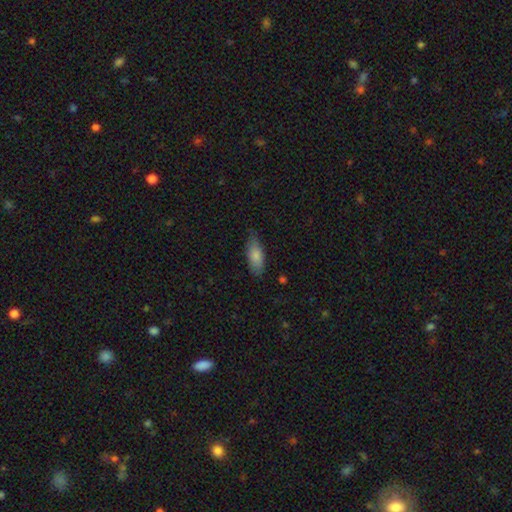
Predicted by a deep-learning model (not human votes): Smooth or featured: smooth — 82% (featured or disk — 11%)
How rounded: in between — 80% (cigar-shaped — 18%)
Merging: none — 74% (minor disturbance — 21%)